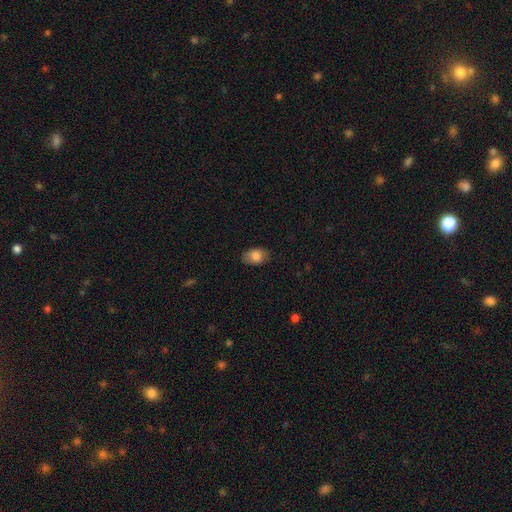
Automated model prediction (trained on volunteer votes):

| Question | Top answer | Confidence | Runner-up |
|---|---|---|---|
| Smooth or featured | smooth | 83% | featured or disk (10%) |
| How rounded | in between | 86% | round (12%) |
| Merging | none | 79% | minor disturbance (17%) |